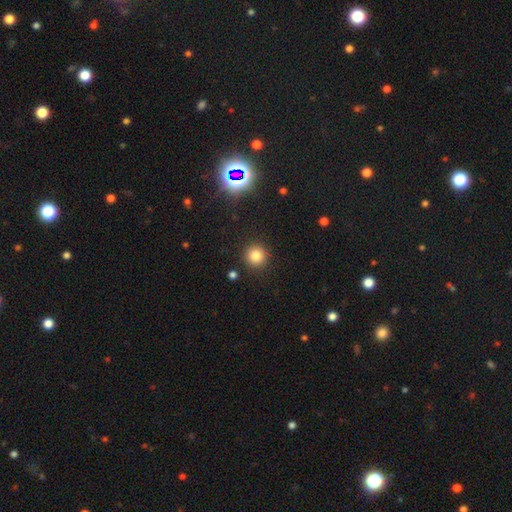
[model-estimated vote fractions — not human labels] Smooth or featured? Predicted: smooth (p=0.81). How rounded? Predicted: round (p=0.94). Merging? Predicted: none (p=0.90).